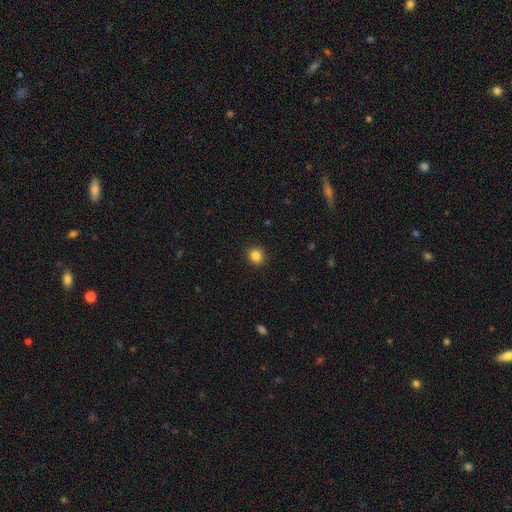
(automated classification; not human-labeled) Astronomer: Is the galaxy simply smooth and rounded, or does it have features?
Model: smooth — 84%.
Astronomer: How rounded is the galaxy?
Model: round — 85%.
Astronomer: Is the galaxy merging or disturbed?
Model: none — 92%.